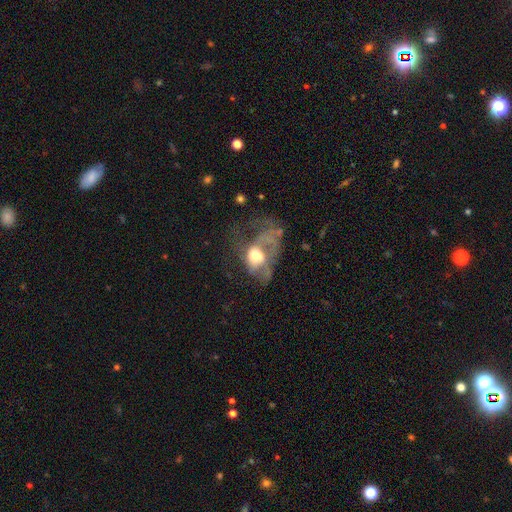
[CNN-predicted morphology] Smooth or featured?
  - featured or disk: 57% *
  - smooth: 33%
  - star or artifact: 10%
Edge-on disk?
  - no: 96% *
  - yes: 4%
Bar?
  - no: 74% *
  - weak: 21%
  - strong: 5%
Spiral arms?
  - no: 57% *
  - yes: 43%
Bulge size?
  - large: 42% * (tied)
  - moderate: 42% * (tied)
  - small: 6%
  - dominant: 6%
  - none: 4%
Merging?
  - major disturbance: 62% *
  - none: 17%
  - minor disturbance: 14%
  - merger: 7%